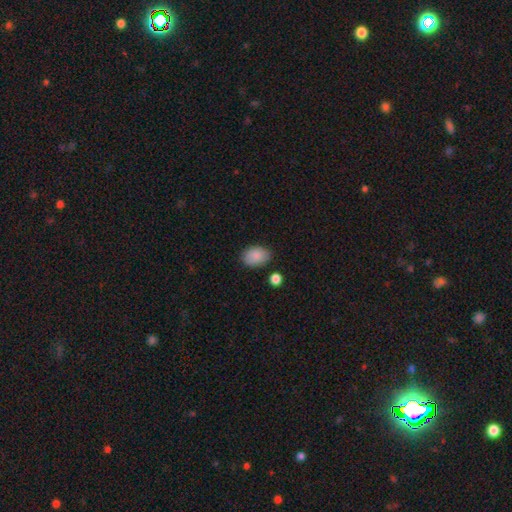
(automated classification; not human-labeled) smooth_or_featured: smooth (p=0.87) [alt: star or artifact p=0.07]
how_rounded: in between (p=0.82) [alt: round p=0.17]
merging: none (p=0.81) [alt: minor disturbance p=0.13]